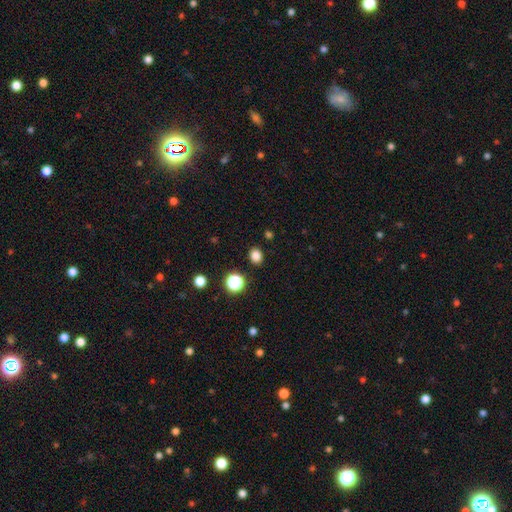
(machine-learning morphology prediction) Smooth or featured?
  - smooth: 82% *
  - star or artifact: 14%
  - featured or disk: 4%
How rounded?
  - round: 62% *
  - in between: 37%
  - cigar-shaped: 1%
Merging?
  - none: 89% *
  - minor disturbance: 7%
  - major disturbance: 2%
  - merger: 2%